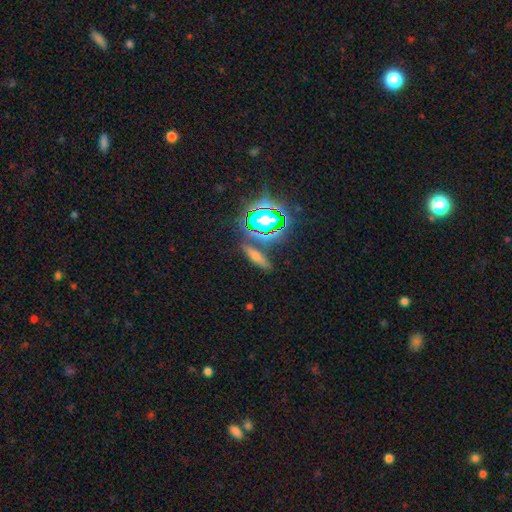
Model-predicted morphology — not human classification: The model was most divided on "smooth or featured": smooth: 51%, star or artifact: 28%, featured or disk: 21%. More confident: merging — none (79%); how rounded — cigar-shaped (65%).